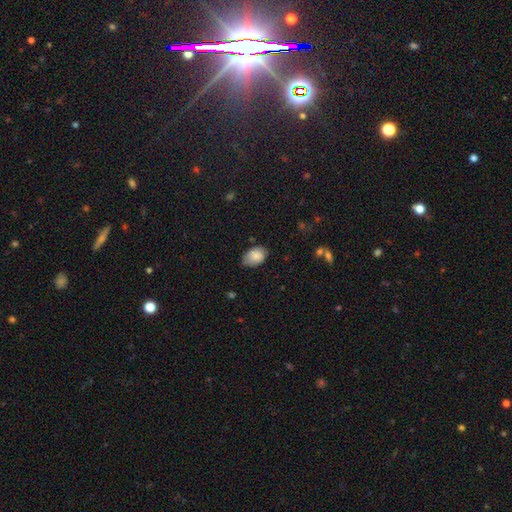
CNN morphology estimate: Smooth or featured? smooth (83%)
How rounded? in between (84%)
Merging? none (65%)